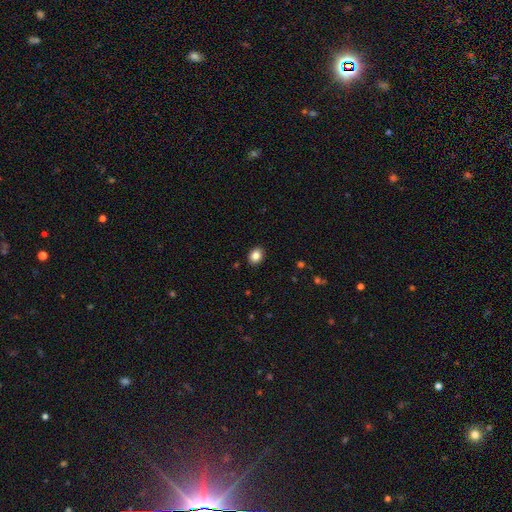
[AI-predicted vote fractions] Smooth or featured: smooth — 85% (star or artifact — 9%)
How rounded: in between — 53% (round — 46%)
Merging: none — 90% (minor disturbance — 7%)